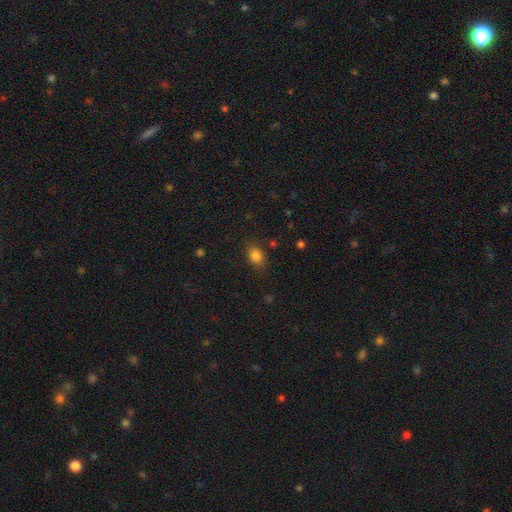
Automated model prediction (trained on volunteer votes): smooth 83%, star or artifact 11%, featured or disk 6%. Down the decision tree: how rounded — in between (72%); merging — none (81%).